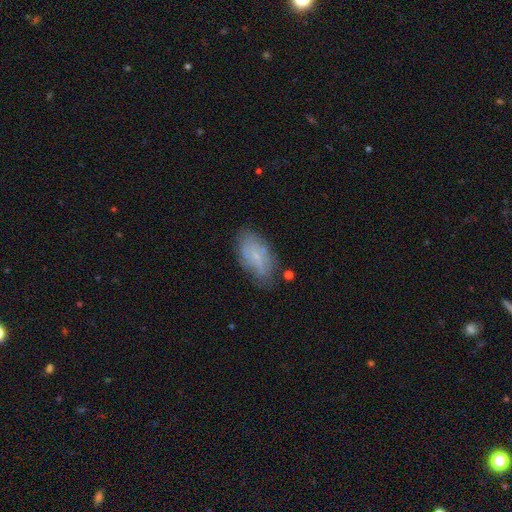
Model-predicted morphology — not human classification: A featured or disk galaxy (50%). Merging: none (67%).